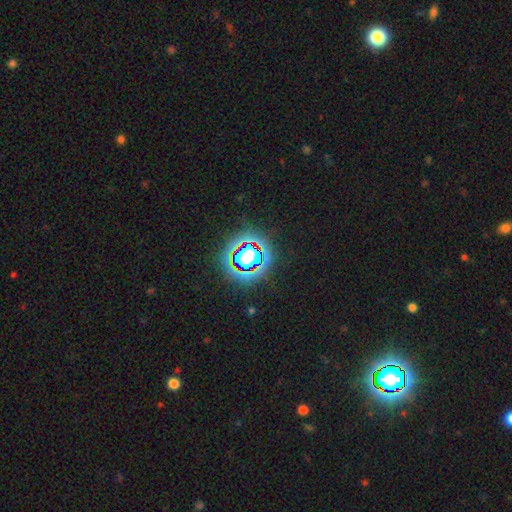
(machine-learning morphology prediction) star or artifact 79%, smooth 12%, featured or disk 9%.